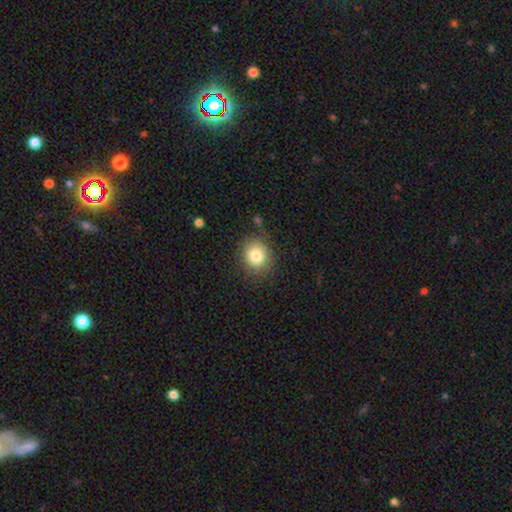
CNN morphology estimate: This is clearly a smooth galaxy (81%). How rounded: likely round (76%). Merging: clearly none (82%).